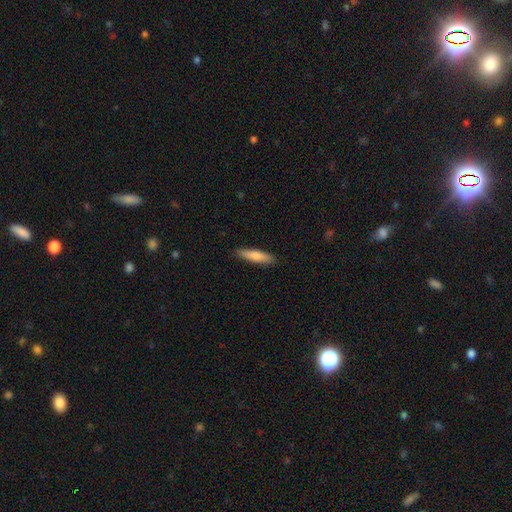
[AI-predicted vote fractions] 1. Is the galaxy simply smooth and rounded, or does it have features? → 75% smooth, 19% featured or disk, 6% star or artifact.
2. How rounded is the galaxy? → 79% cigar-shaped, 19% in between, 1% round.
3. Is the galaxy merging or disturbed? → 88% none, 9% minor disturbance, 2% major disturbance, 1% merger.